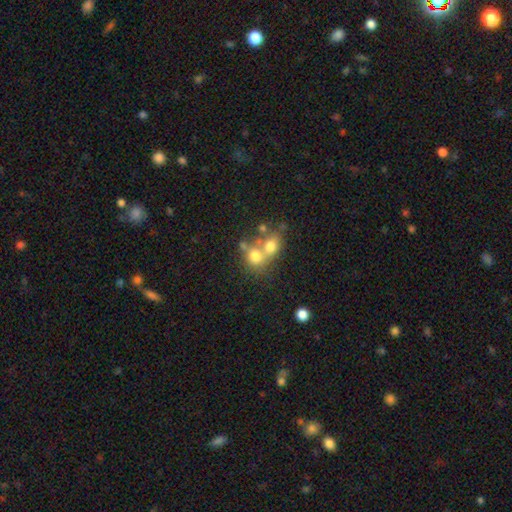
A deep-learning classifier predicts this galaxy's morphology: A smooth galaxy with no disk features (69%) that is round (69%). Merging: merger (60%).